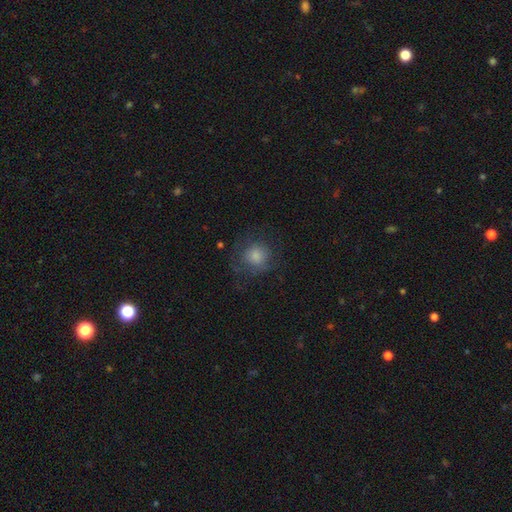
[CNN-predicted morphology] smooth 65%, featured or disk 20%, star or artifact 15%. Down the decision tree: how rounded — round (88%); merging — none (71%).